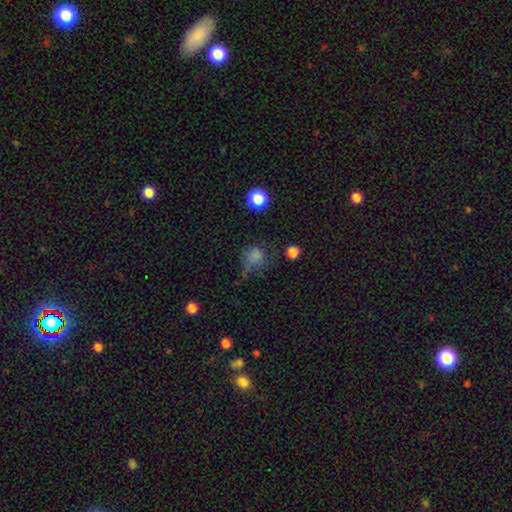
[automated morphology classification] This is likely a smooth galaxy (72%). How rounded: clearly round (81%). Merging: possibly none (53%).